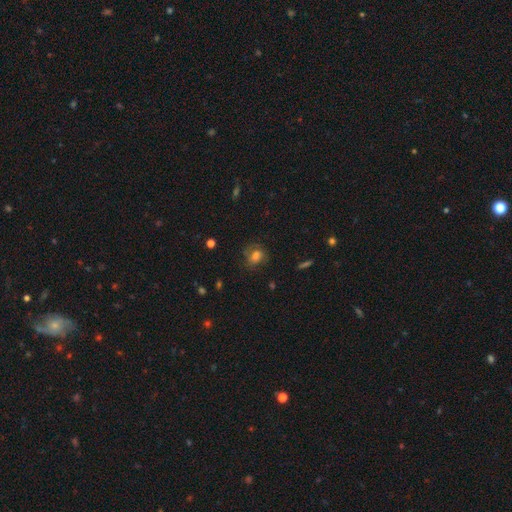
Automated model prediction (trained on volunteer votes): smooth 63%, featured or disk 22%, star or artifact 15%. Down the decision tree: how rounded — in between (51%); merging — none (60%).